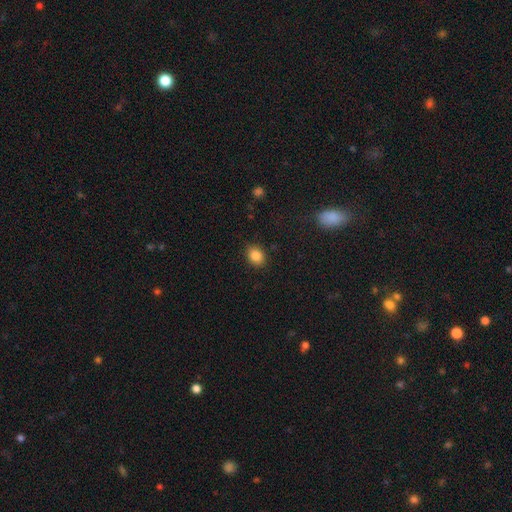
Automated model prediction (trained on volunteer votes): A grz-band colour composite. It shows a smooth galaxy with no disk features (85%) that is in between round and cigar-shaped (58%). Merging: none (85%).